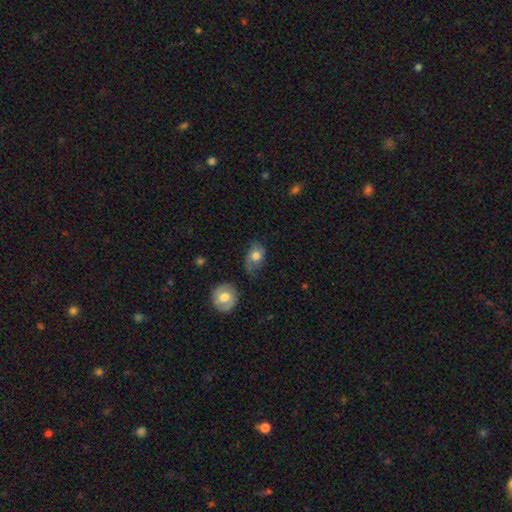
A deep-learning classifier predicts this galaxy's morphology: This appears to be a smooth galaxy with no disk features (58%) that is in between round and cigar-shaped (68%). Merging: none (47%).